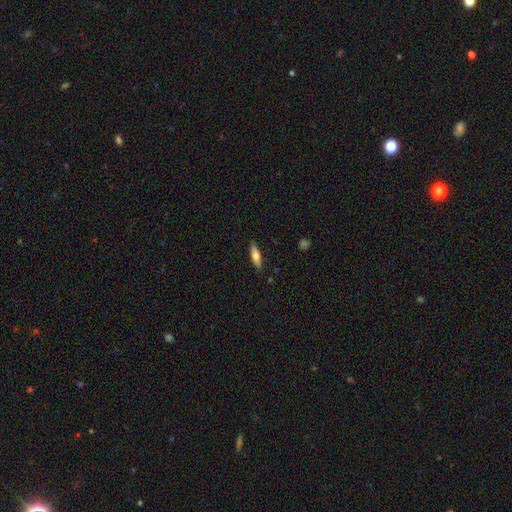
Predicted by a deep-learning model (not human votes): smooth 65%, featured or disk 29%, star or artifact 6%. Down the decision tree: how rounded — cigar-shaped (61%); merging — none (87%).